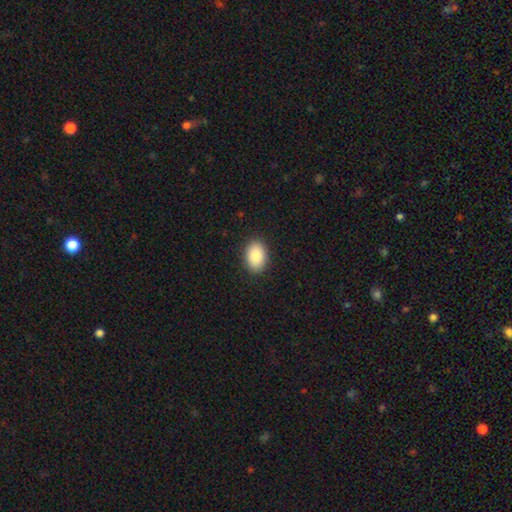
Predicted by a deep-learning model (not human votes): smooth_or_featured: smooth (p=0.88) [alt: star or artifact p=0.07]
how_rounded: in between (p=0.87) [alt: round p=0.12]
merging: none (p=0.89) [alt: minor disturbance p=0.08]